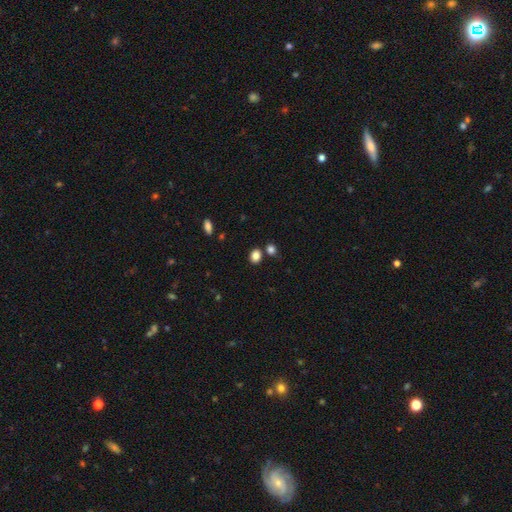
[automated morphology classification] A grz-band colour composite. It shows a smooth galaxy with no disk features (84%) that is in between round and cigar-shaped (50%). Merging: none (74%).